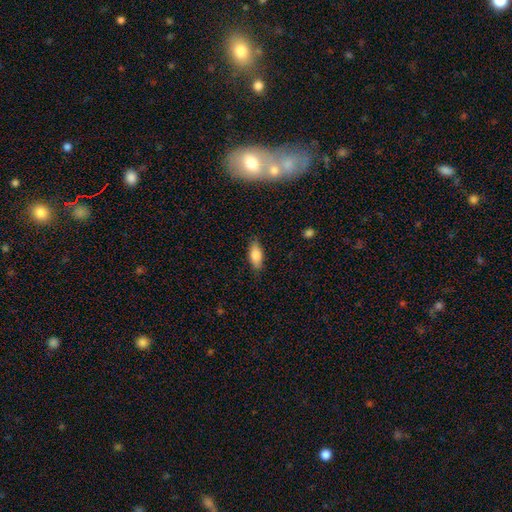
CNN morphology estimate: Q: Smooth or featured?
A: smooth (83%); runner-up: featured or disk (10%)
Q: How rounded?
A: in between (82%); runner-up: cigar-shaped (15%)
Q: Merging?
A: none (83%); runner-up: minor disturbance (13%)